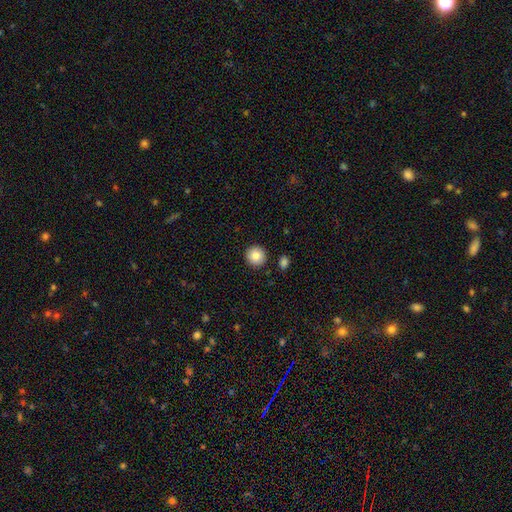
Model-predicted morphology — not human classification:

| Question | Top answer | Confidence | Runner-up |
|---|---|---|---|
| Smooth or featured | smooth | 86% | star or artifact (8%) |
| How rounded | round | 94% | in between (5%) |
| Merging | none | 91% | minor disturbance (6%) |